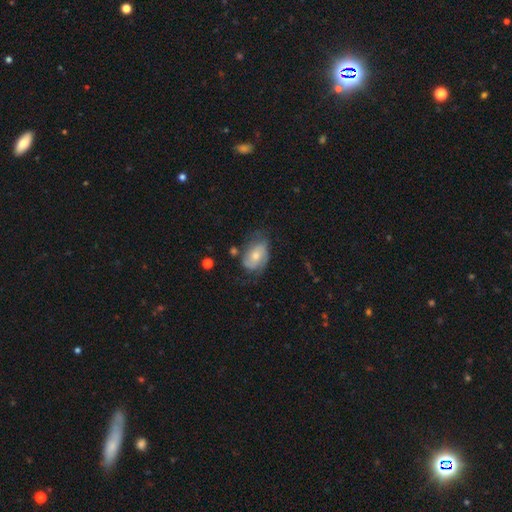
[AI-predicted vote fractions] smooth_or_featured: featured or disk (p=0.56) [alt: smooth p=0.37]
disk_edge_on: no (p=0.96) [alt: yes p=0.04]
bar: no (p=0.68) [alt: weak p=0.26]
has_spiral_arms: yes (p=0.82) [alt: no p=0.18]
bulge_size: moderate (p=0.50) [alt: small p=0.42]
merging: none (p=0.52) [alt: minor disturbance p=0.29]